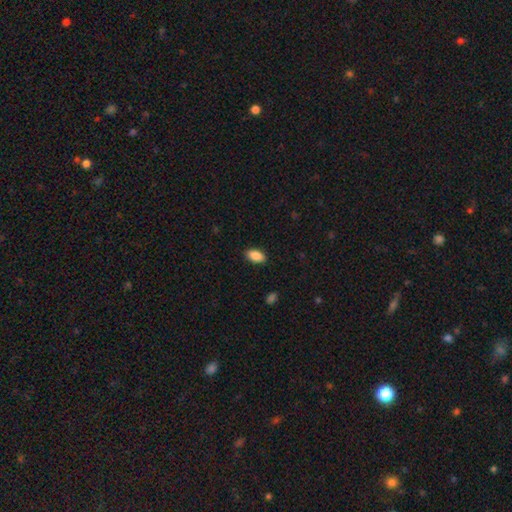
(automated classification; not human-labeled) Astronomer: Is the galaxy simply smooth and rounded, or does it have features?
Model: smooth — 88%.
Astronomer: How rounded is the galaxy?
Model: in between — 93%.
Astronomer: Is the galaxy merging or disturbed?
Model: none — 88%.